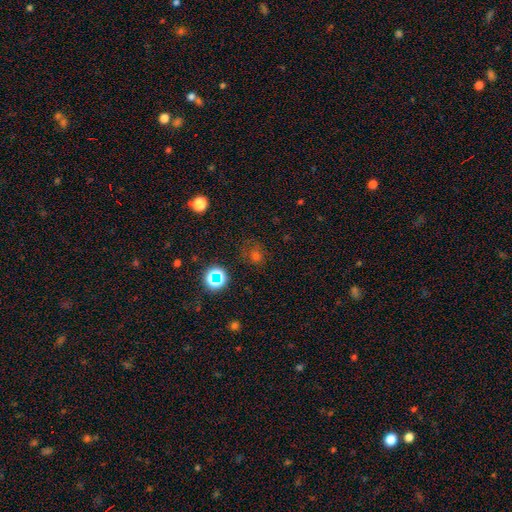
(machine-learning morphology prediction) This is possibly a smooth galaxy (50%). How rounded: likely round (77%). Merging: likely none (68%).